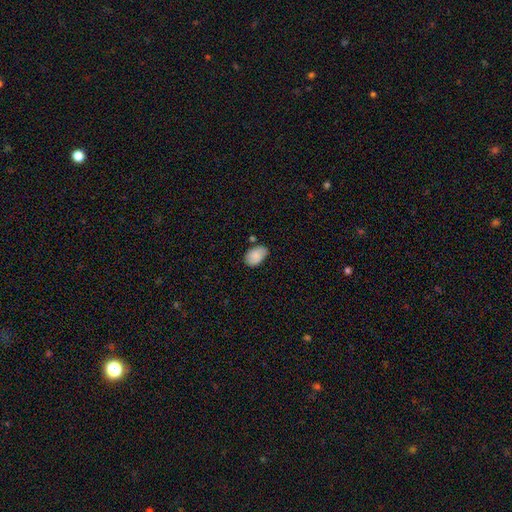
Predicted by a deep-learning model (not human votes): smooth_or_featured: smooth (p=0.84) [alt: featured or disk p=0.09]
how_rounded: in between (p=0.90) [alt: round p=0.09]
merging: none (p=0.63) [alt: minor disturbance p=0.27]